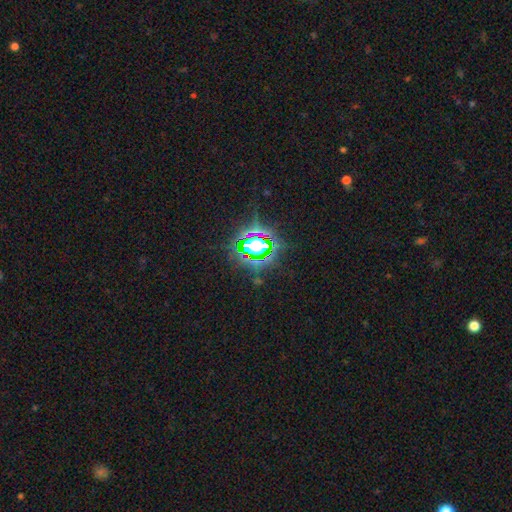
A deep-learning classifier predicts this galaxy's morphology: Overall: star or artifact (82%).